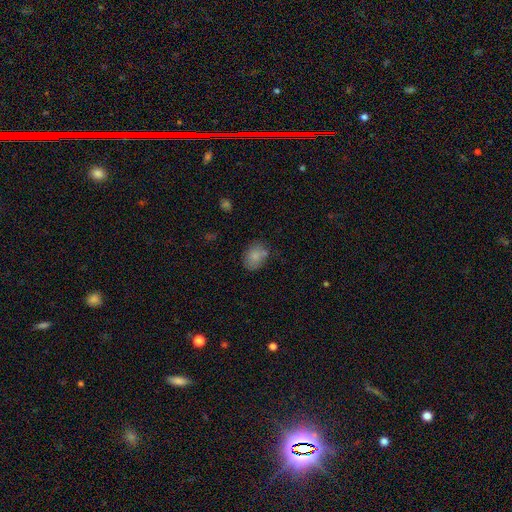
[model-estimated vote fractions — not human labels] A smooth galaxy with no disk features (81%) that is in between round and cigar-shaped (63%). Merging: none (60%).